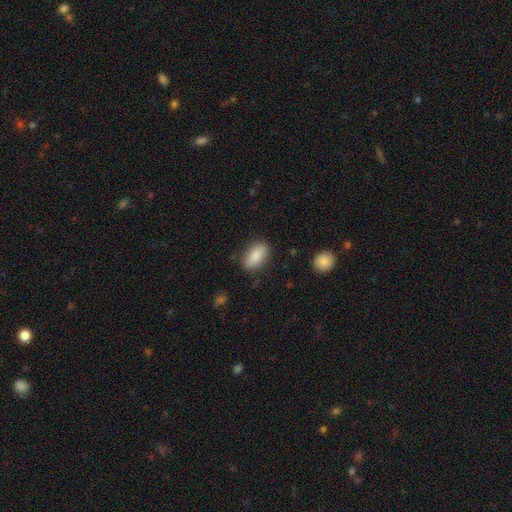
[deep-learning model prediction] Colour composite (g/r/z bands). It shows a smooth galaxy with no disk features (86%) that is in between round and cigar-shaped (90%). Merging: none (84%).